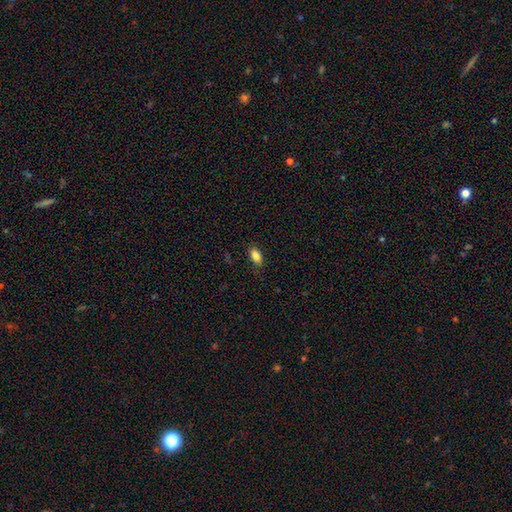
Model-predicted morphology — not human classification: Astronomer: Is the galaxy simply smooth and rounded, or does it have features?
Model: smooth — 87%.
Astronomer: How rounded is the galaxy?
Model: in between — 91%.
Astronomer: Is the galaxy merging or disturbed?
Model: none — 83%.